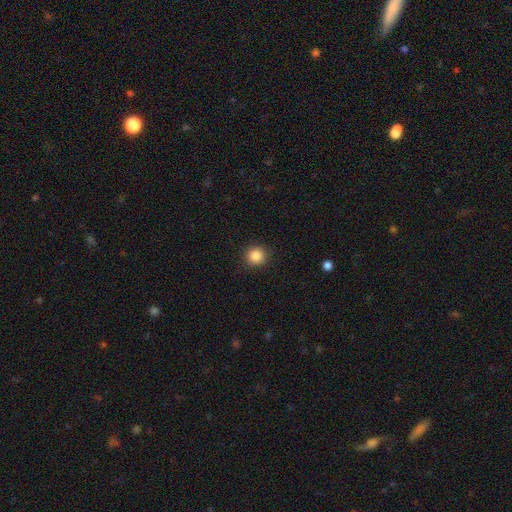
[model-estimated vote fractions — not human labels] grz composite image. It shows a smooth galaxy with no disk features (86%) that is round (92%). Merging: none (91%).